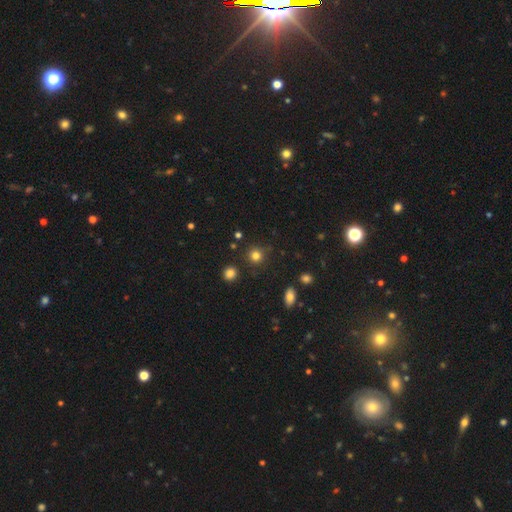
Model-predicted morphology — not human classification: Overall: smooth (81%). How rounded: round (91%). Merging: none (86%).